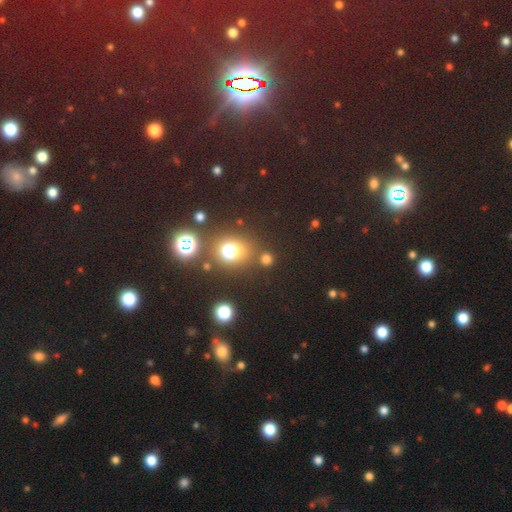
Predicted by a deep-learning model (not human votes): Smooth or featured?
  - star or artifact: 59% *
  - smooth: 34%
  - featured or disk: 7%